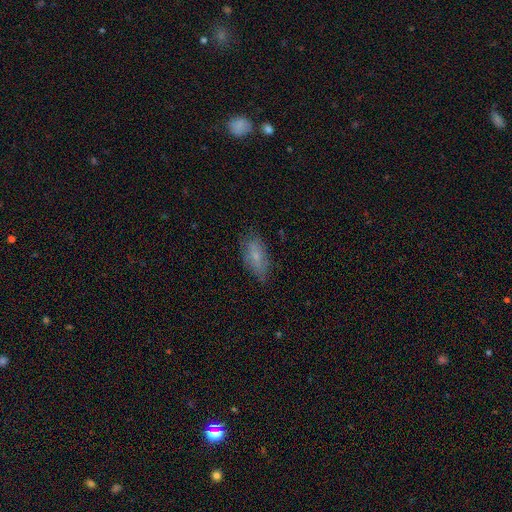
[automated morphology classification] A smooth galaxy with no disk features (66%) that is in between round and cigar-shaped (84%). Merging: none (72%).